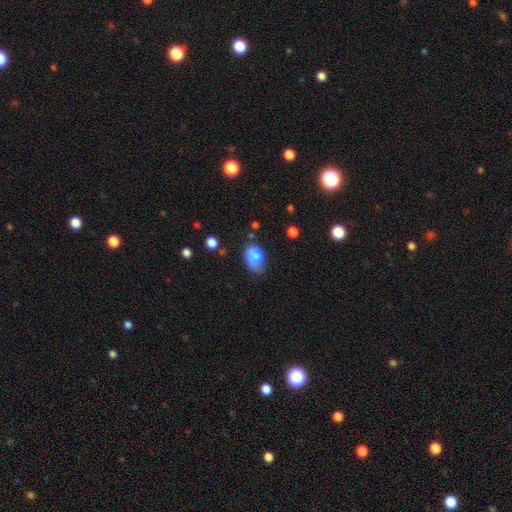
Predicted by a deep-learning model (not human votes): Smooth or featured? Predicted: smooth (p=0.80). How rounded? Predicted: in between (p=0.81). Merging? Predicted: none (p=0.46).